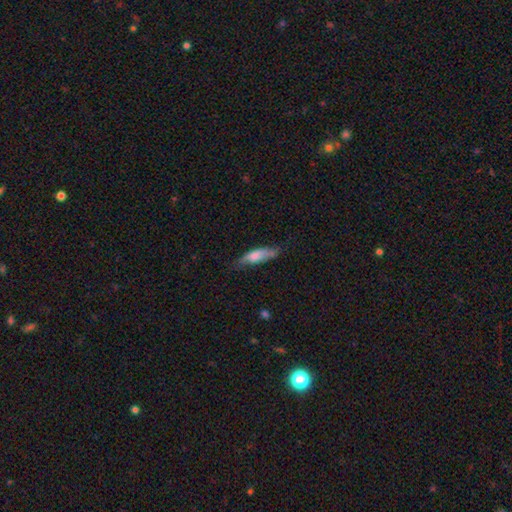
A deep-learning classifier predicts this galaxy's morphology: smooth 69%, featured or disk 25%, star or artifact 6%. Down the decision tree: how rounded — cigar-shaped (57%); merging — none (57%).